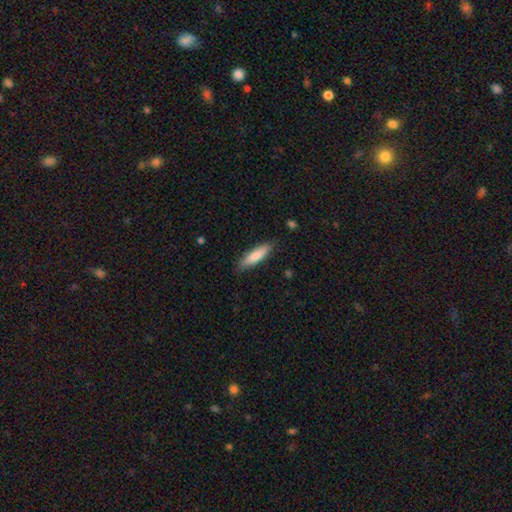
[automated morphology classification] This is clearly a smooth galaxy (82%). How rounded: likely cigar-shaped (68%). Merging: clearly none (85%).